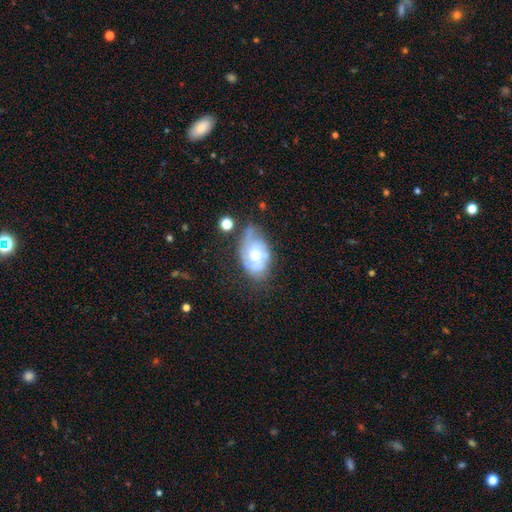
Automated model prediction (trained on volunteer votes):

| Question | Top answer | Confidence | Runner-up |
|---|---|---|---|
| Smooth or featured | featured or disk | 59% | smooth (33%) |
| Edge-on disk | no | 95% | yes (5%) |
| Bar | no | 72% | weak (24%) |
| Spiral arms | yes | 75% | no (25%) |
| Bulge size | moderate | 49% | small (31%) |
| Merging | none | 40% | minor disturbance (33%) |